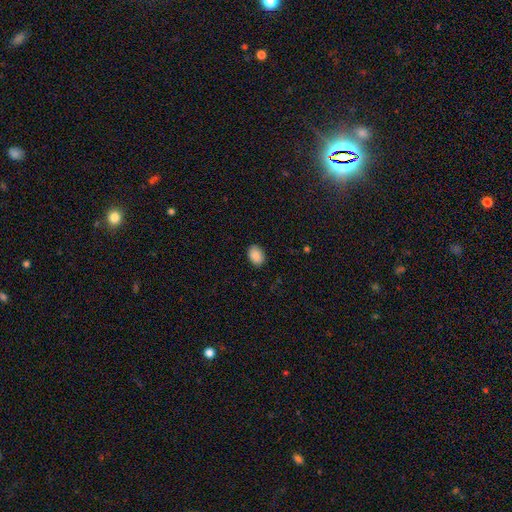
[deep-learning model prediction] Smooth or featured? smooth (88%)
How rounded? in between (75%)
Merging? none (87%)